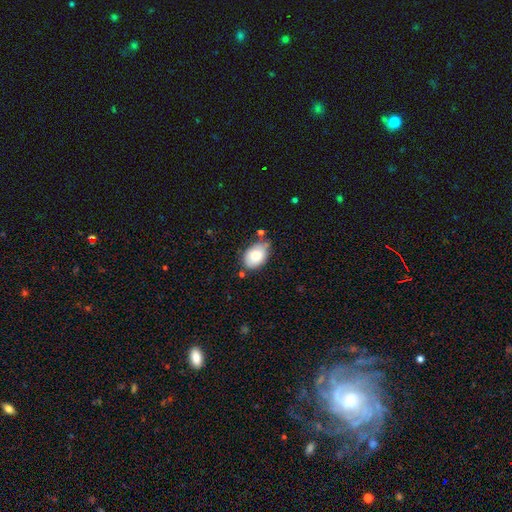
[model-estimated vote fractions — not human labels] Q: Smooth or featured?
A: smooth (79%); runner-up: featured or disk (14%)
Q: How rounded?
A: in between (87%); runner-up: round (11%)
Q: Merging?
A: none (65%); runner-up: minor disturbance (25%)